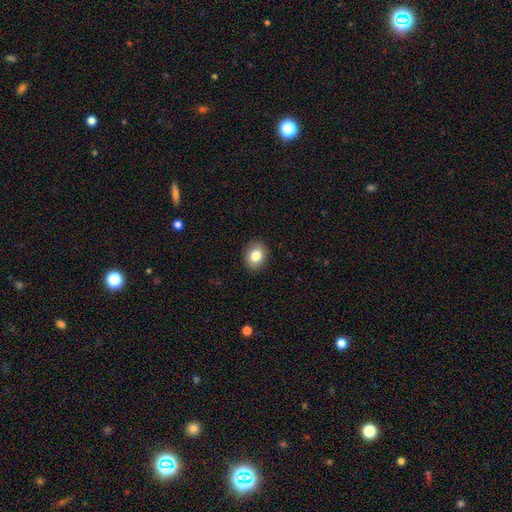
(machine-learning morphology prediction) Smooth or featured: smooth — 83% (star or artifact — 9%)
How rounded: round — 54% (in between — 45%)
Merging: none — 90% (minor disturbance — 7%)